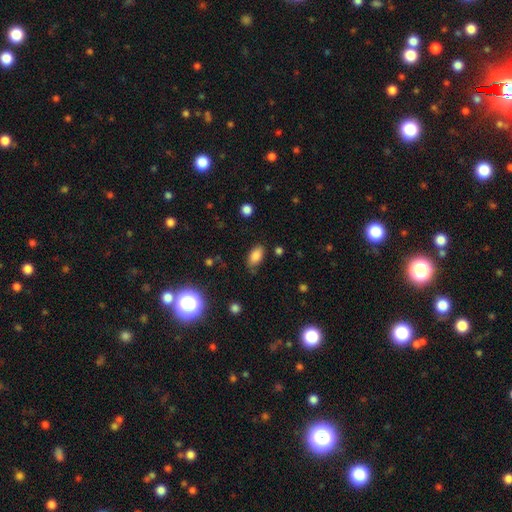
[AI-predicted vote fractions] A smooth galaxy with no disk features (83%) that is in between round and cigar-shaped (91%). Merging: none (75%).